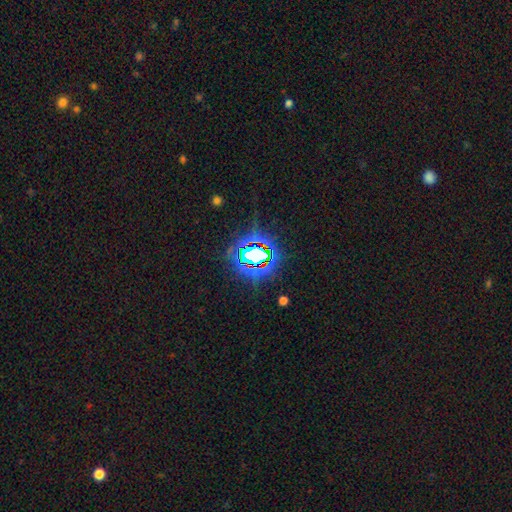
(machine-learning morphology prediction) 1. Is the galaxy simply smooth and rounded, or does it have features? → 73% star or artifact, 15% smooth, 12% featured or disk.